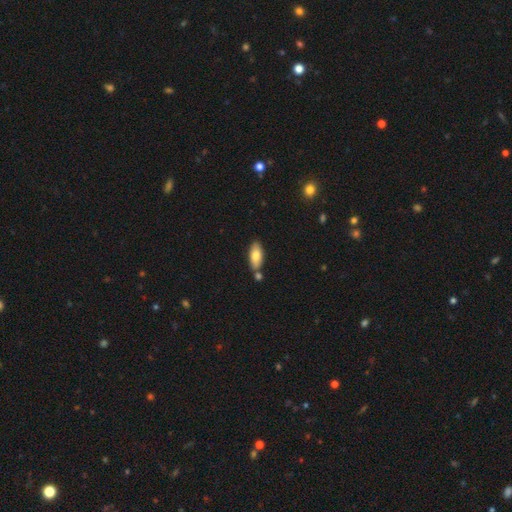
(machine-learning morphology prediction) The model was most divided on "merging": none: 68%, merger: 16%, minor disturbance: 14%, major disturbance: 3%. More confident: how rounded — in between (84%); smooth or featured — smooth (79%).